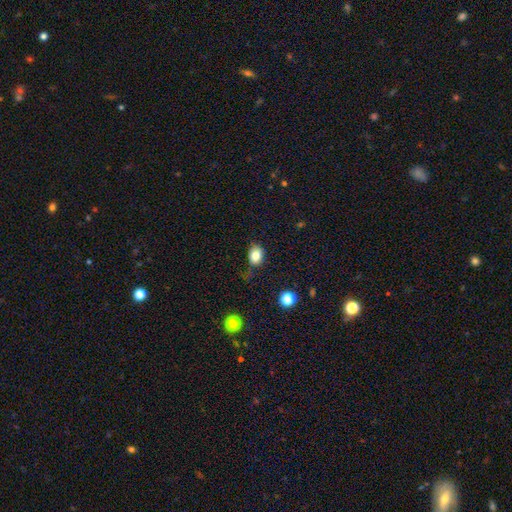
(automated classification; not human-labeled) smooth 81%, star or artifact 10%, featured or disk 9%. Down the decision tree: how rounded — in between (60%); merging — none (68%).